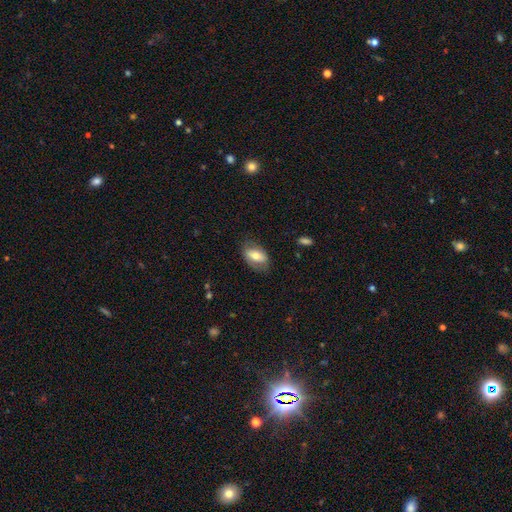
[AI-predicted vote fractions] A smooth galaxy with no disk features (61%) that is in between round and cigar-shaped (90%). Merging: none (73%).